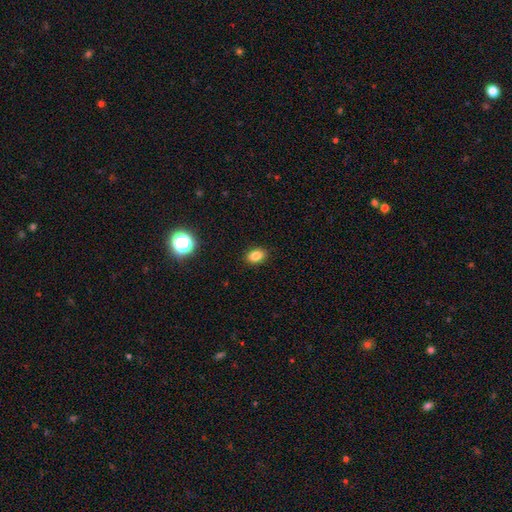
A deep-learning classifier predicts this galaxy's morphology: Smooth or featured? Predicted: smooth (p=0.83). How rounded? Predicted: in between (p=0.78). Merging? Predicted: none (p=0.89).